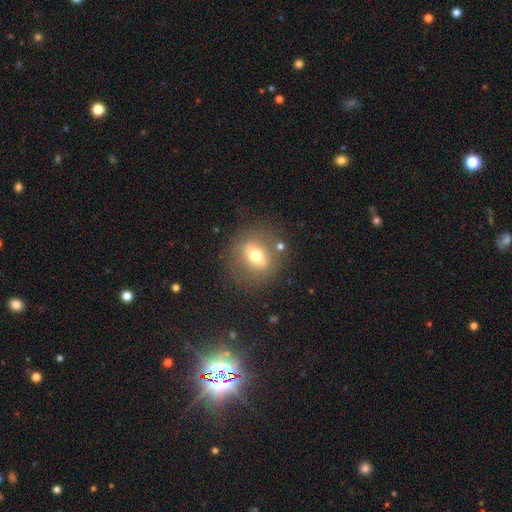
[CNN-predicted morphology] This is possibly a featured or disk galaxy (47%). Merging: likely none (78%).